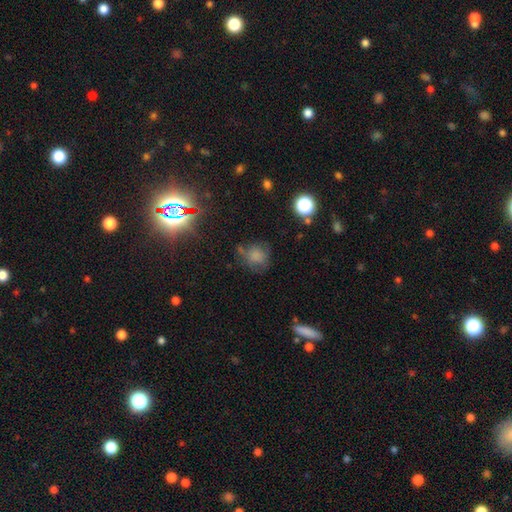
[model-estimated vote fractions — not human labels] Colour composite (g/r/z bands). It shows a smooth galaxy with no disk features (66%) that is round (79%). Merging: none (54%).